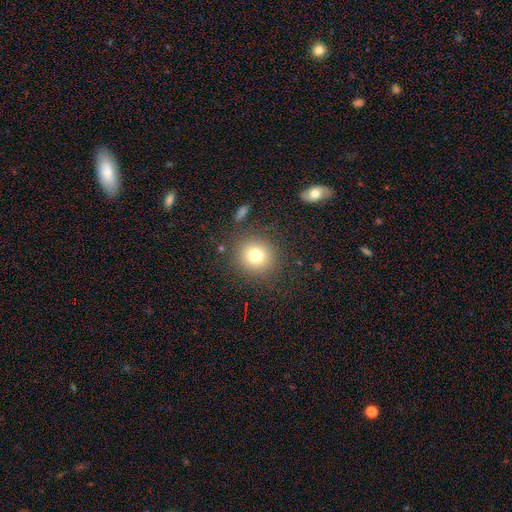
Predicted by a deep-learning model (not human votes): A smooth galaxy with no disk features (76%) that is round (91%).

Vote fractions:
- Smooth or featured? smooth: 76% / star or artifact: 14% / featured or disk: 10%
- How rounded? round: 91% / in between: 8% / cigar-shaped: 1%
- Merging? none: 86% / minor disturbance: 8% / major disturbance: 4% / merger: 2%